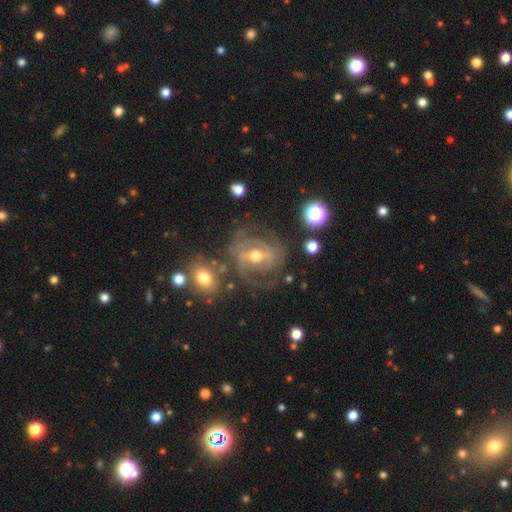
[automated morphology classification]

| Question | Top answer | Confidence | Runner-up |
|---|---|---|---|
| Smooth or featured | featured or disk | 84% | smooth (9%) |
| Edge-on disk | no | 96% | yes (4%) |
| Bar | weak | 44% | strong (33%) |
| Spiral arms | yes | 89% | no (11%) |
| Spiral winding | tight | 48% | medium (39%) |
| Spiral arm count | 2 | 40% | can't tell (26%) |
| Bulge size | moderate | 71% | small (23%) |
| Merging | none | 62% | minor disturbance (19%) |